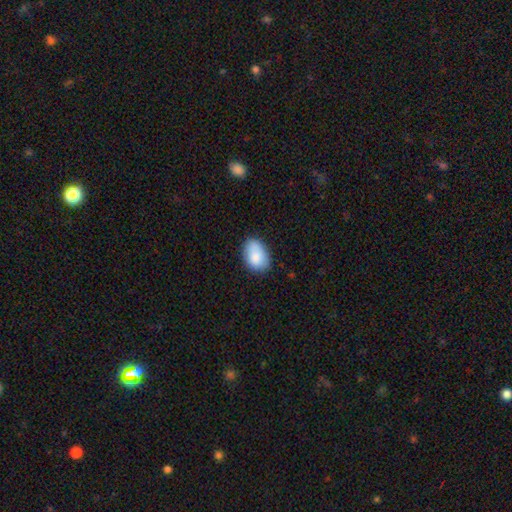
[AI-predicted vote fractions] This appears to be a smooth galaxy with no disk features (85%) that is in between round and cigar-shaped (84%). Merging: none (73%).